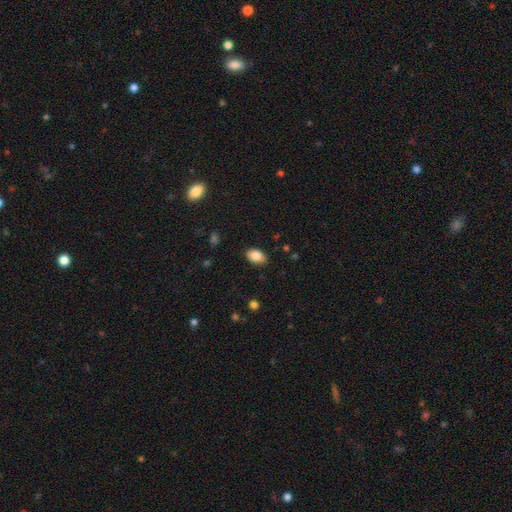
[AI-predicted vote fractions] Smooth or featured: smooth — 87% (star or artifact — 8%)
How rounded: in between — 88% (round — 11%)
Merging: none — 86% (minor disturbance — 10%)